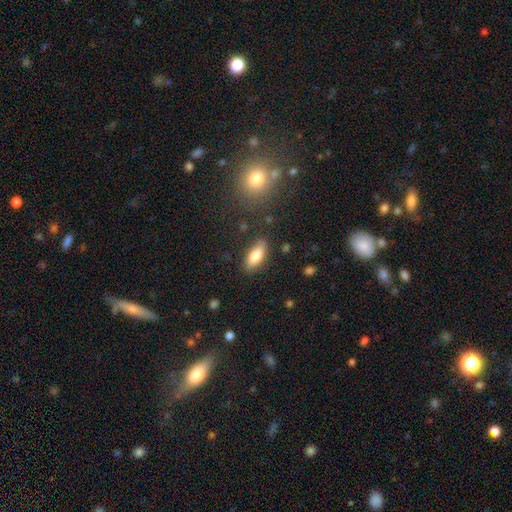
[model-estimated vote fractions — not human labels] smooth-or-featured: smooth: 78% | featured or disk: 15% | star or artifact: 7%
  how-rounded: in between: 80% | cigar-shaped: 17% | round: 3%
  merging: none: 82% | minor disturbance: 13% | major disturbance: 3% | merger: 2%